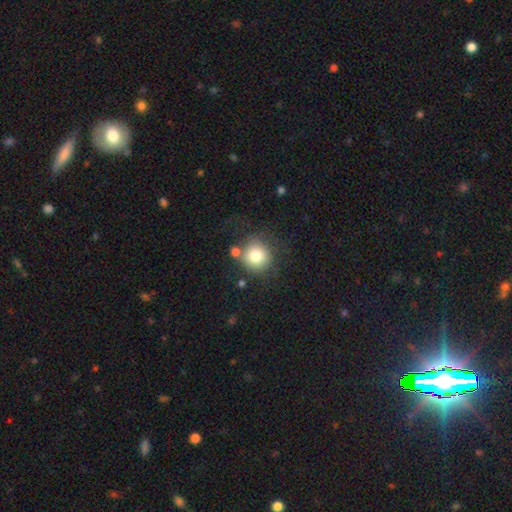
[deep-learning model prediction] Smooth or featured? smooth (79%)
How rounded? round (92%)
Merging? none (69%)